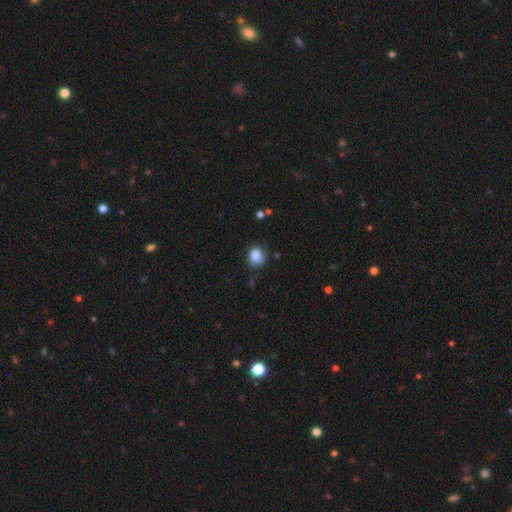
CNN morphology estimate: smooth 86%, star or artifact 10%, featured or disk 5%. Down the decision tree: how rounded — round (63%); merging — none (76%).